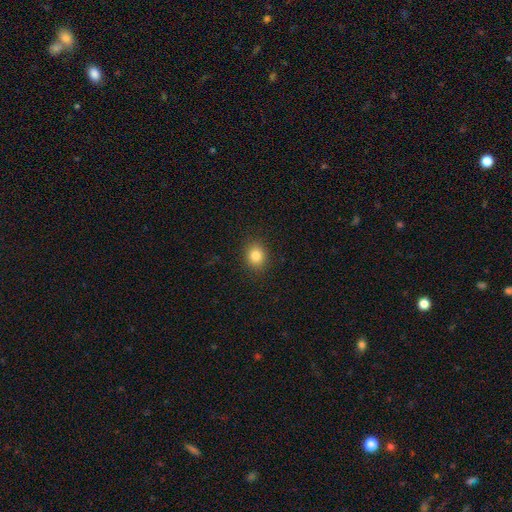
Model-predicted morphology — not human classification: A smooth galaxy with no disk features (83%) that is round (62%).

Vote fractions:
- Smooth or featured? smooth: 83% / star or artifact: 11% / featured or disk: 6%
- How rounded? round: 62% / in between: 37% / cigar-shaped: 1%
- Merging? none: 89% / minor disturbance: 7% / major disturbance: 2% / merger: 1%